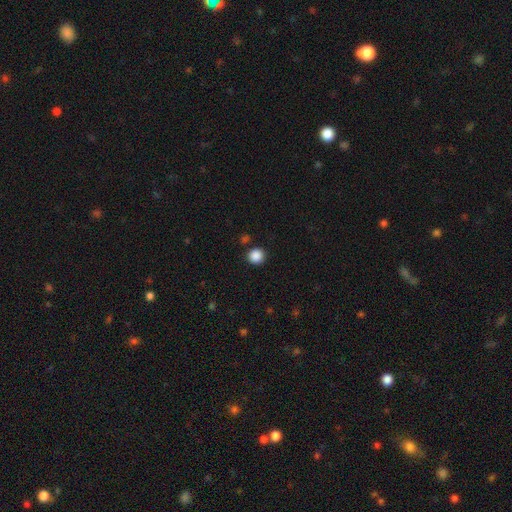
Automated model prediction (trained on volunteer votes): Overall: smooth (88%). How rounded: round (93%). Merging: none (89%).